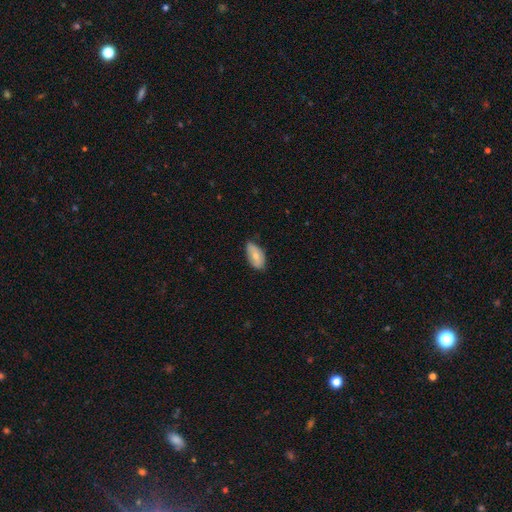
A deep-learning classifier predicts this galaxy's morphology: smooth 66%, featured or disk 28%, star or artifact 6%. Down the decision tree: how rounded — in between (92%); merging — none (70%).